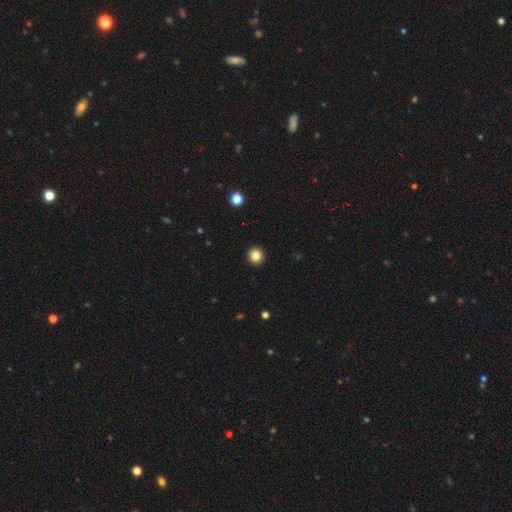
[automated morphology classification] smooth-or-featured: smooth: 84% | star or artifact: 11% | featured or disk: 5%
  how-rounded: round: 93% | in between: 6% | cigar-shaped: 1%
  merging: none: 94% | minor disturbance: 4% | major disturbance: 1% | merger: 1%